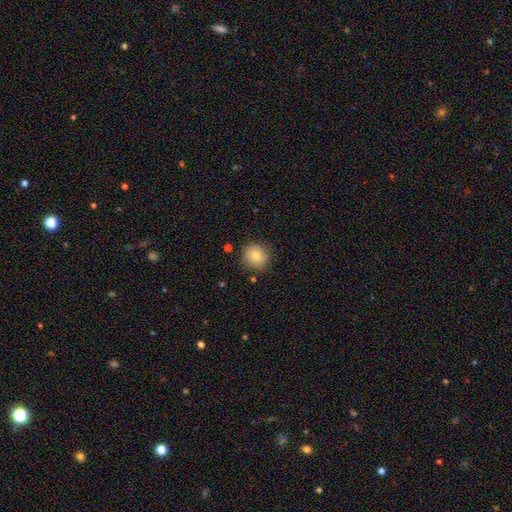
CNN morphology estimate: Smooth or featured?
  - smooth: 80% *
  - featured or disk: 11%
  - star or artifact: 9%
How rounded?
  - round: 85% *
  - in between: 14%
  - cigar-shaped: 1%
Merging?
  - none: 82% *
  - minor disturbance: 13%
  - major disturbance: 3%
  - merger: 2%